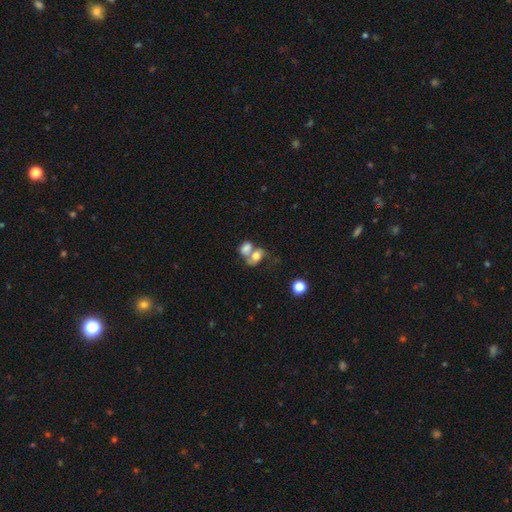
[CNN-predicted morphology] smooth_or_featured: smooth (p=0.57) [alt: featured or disk p=0.32]
how_rounded: in between (p=0.70) [alt: round p=0.28]
merging: merger (p=0.70) [alt: none p=0.14]